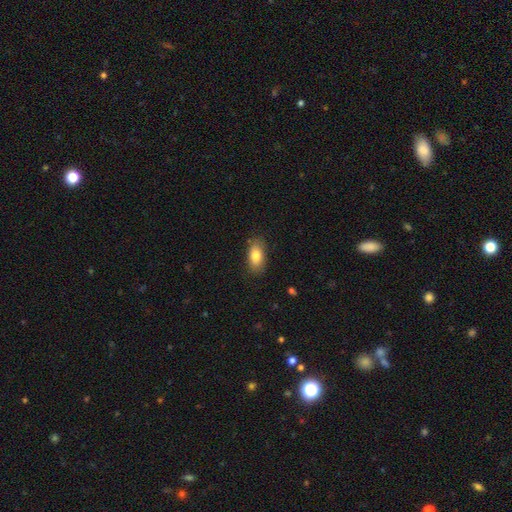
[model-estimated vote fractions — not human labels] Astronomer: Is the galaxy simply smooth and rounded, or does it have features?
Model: smooth — 83%.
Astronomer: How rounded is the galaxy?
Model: in between — 90%.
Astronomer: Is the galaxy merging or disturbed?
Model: none — 83%.